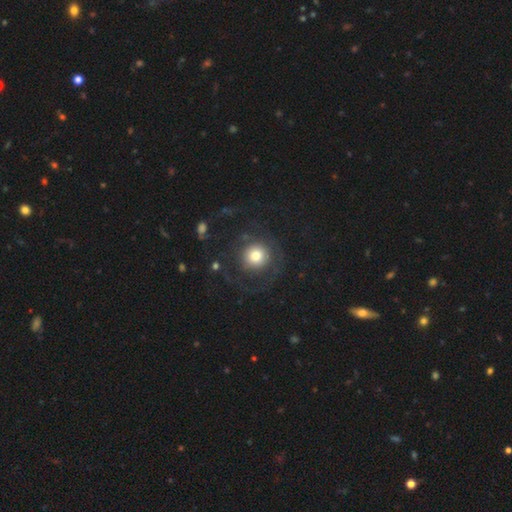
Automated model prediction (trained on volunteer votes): This is likely a smooth galaxy (61%). How rounded: clearly round (94%). Merging: likely none (65%).